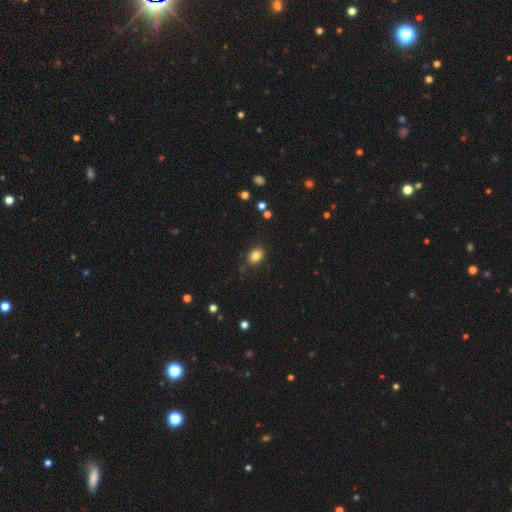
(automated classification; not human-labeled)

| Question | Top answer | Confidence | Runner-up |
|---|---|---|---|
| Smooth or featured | smooth | 83% | star or artifact (11%) |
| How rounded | in between | 65% | round (34%) |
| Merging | none | 84% | minor disturbance (11%) |